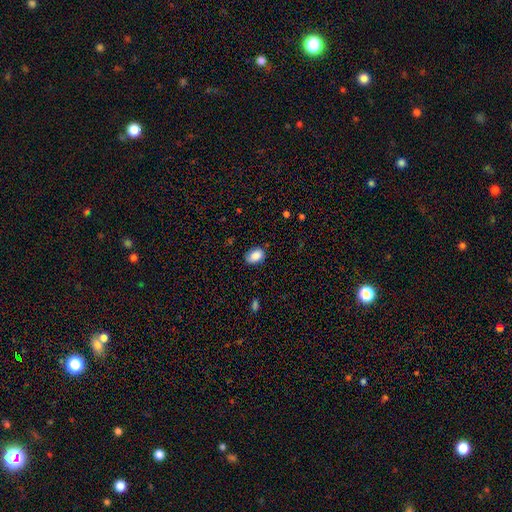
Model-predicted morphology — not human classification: Smooth or featured: smooth — 87% (star or artifact — 7%)
How rounded: in between — 84% (round — 15%)
Merging: none — 79% (minor disturbance — 16%)